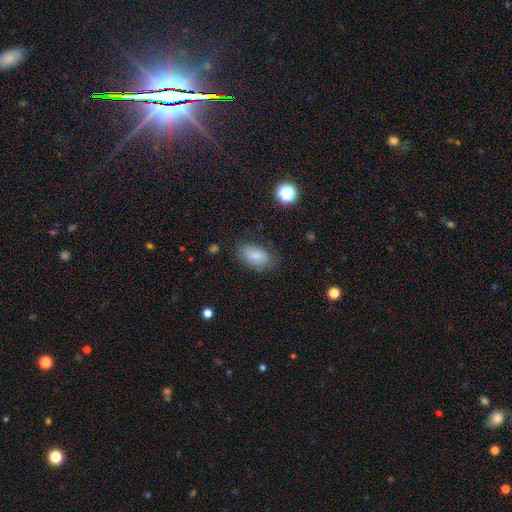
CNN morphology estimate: This appears to be a smooth galaxy with no disk features (80%) that is in between round and cigar-shaped (91%). Merging: none (74%).